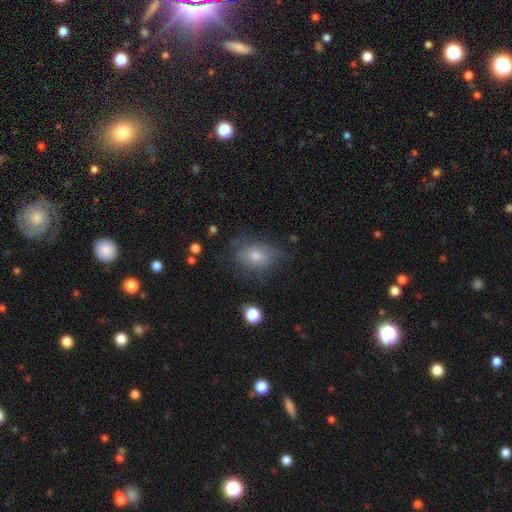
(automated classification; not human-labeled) Smooth or featured: smooth — 58% (featured or disk — 28%)
How rounded: in between — 70% (round — 29%)
Merging: none — 63% (minor disturbance — 24%)